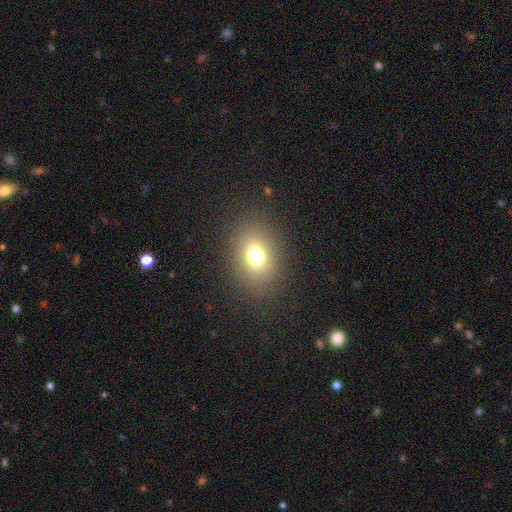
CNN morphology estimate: type=smooth (74%); roundness=in between (65%); merging=none (85%).